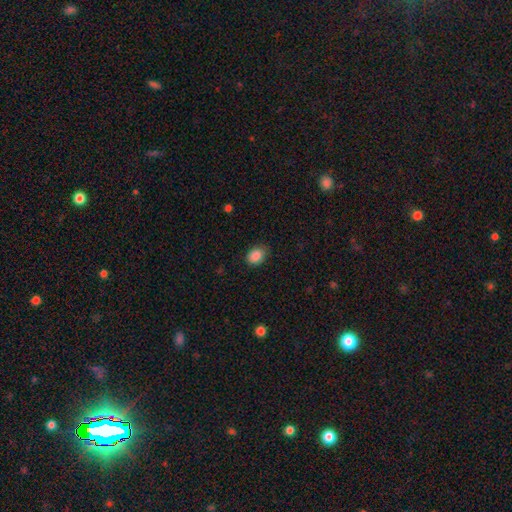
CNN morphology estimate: smooth-or-featured: smooth: 88% | star or artifact: 9% | featured or disk: 4%
  how-rounded: in between: 64% | round: 35% | cigar-shaped: 1%
  merging: none: 79% | minor disturbance: 17% | major disturbance: 3% | merger: 1%